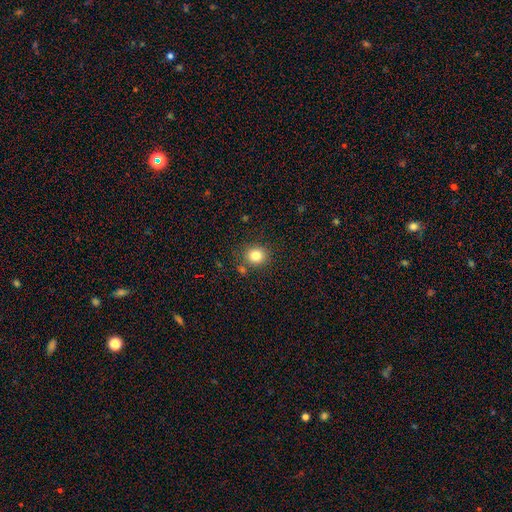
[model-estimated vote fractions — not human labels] Smooth or featured?
  - smooth: 82% *
  - star or artifact: 12%
  - featured or disk: 6%
How rounded?
  - round: 82% *
  - in between: 17%
  - cigar-shaped: 1%
Merging?
  - none: 82% *
  - minor disturbance: 9%
  - merger: 6%
  - major disturbance: 3%